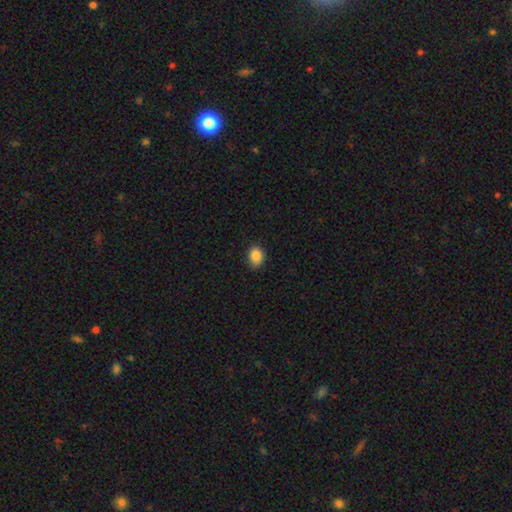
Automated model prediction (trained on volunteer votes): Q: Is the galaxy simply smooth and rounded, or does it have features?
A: smooth — 88%.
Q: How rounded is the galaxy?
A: in between — 60%.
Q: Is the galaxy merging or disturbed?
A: none — 83%.